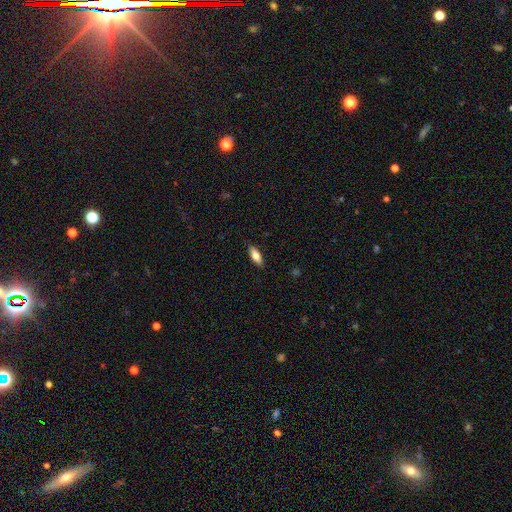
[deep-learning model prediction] smooth_or_featured: smooth (p=0.74) [alt: featured or disk p=0.20]
how_rounded: in between (p=0.69) [alt: cigar-shaped p=0.28]
merging: none (p=0.88) [alt: minor disturbance p=0.09]